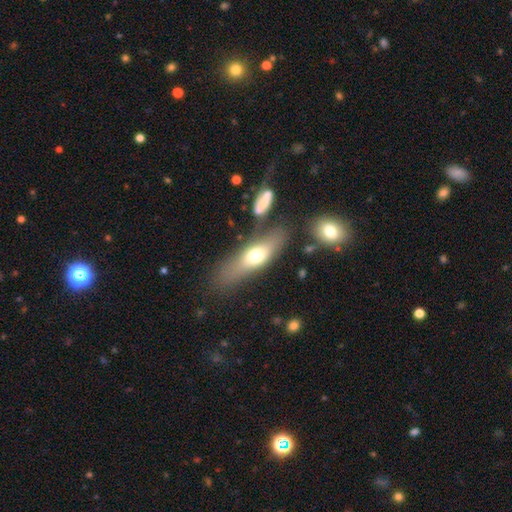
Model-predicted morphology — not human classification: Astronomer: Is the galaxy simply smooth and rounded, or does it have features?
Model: smooth — 60%.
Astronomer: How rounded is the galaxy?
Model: in between — 49% (runner-up: cigar-shaped, 47%).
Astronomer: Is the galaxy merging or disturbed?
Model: none — 67%.